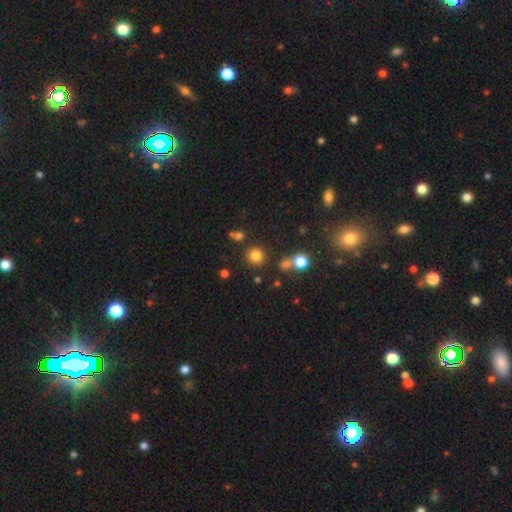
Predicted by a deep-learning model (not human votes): Morphology: type=smooth (79%); roundness=round (91%); merging=none (83%).